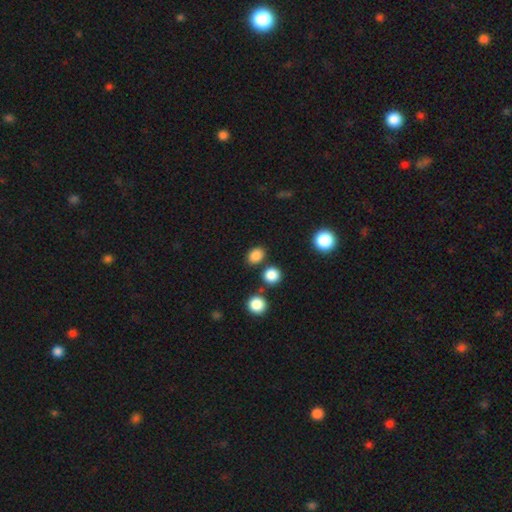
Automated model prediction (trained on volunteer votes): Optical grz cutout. It shows a smooth galaxy with no disk features (84%) that is round (51%). Merging: none (80%).